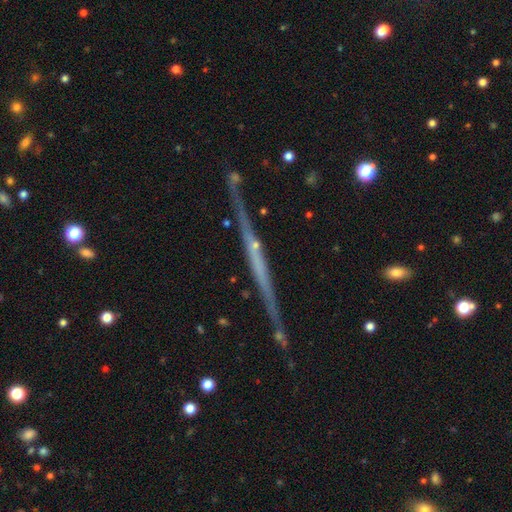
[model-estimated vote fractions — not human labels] This is likely a featured or disk galaxy (78%). It is clearly viewed edge-on (97%). Edge-on bulge: likely none (64%). Merging: clearly none (82%).